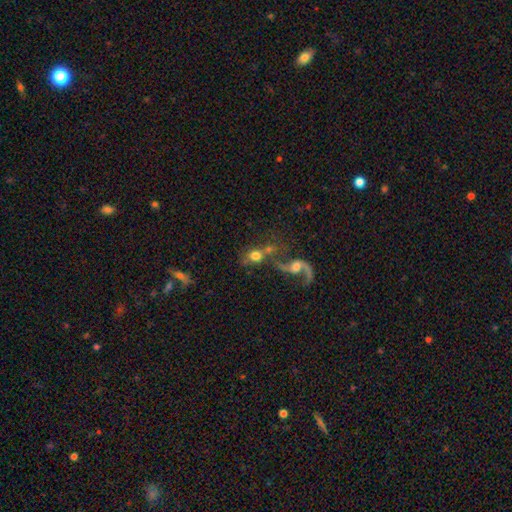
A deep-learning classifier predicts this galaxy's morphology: smooth_or_featured: smooth (p=0.59) [alt: featured or disk p=0.30]
how_rounded: round (p=0.63) [alt: in between p=0.34]
merging: merger (p=0.50) [alt: none p=0.31]